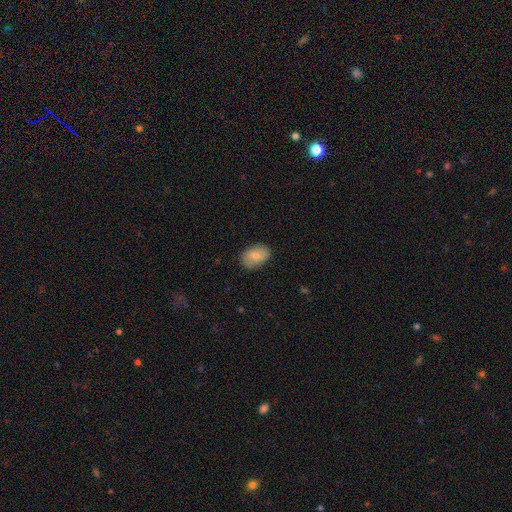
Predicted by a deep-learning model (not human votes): Smooth or featured: smooth — 79% (featured or disk — 15%)
How rounded: in between — 86% (round — 13%)
Merging: none — 84% (minor disturbance — 13%)